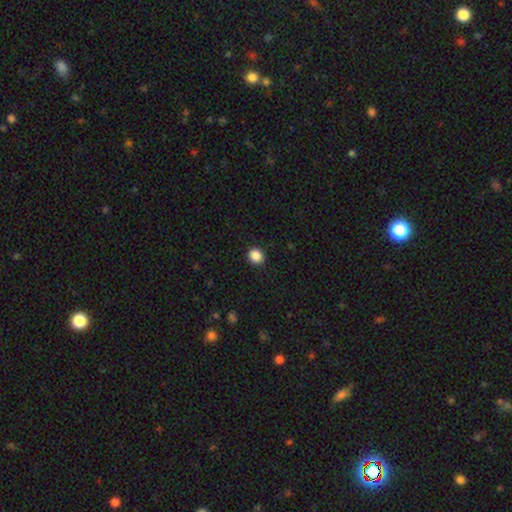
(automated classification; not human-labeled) Smooth or featured? smooth (87%)
How rounded? round (89%)
Merging? none (91%)